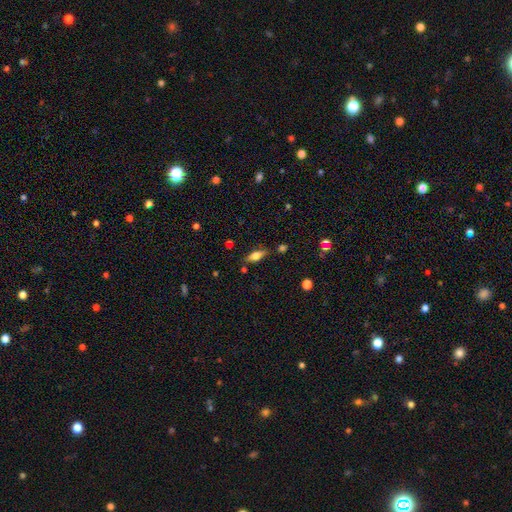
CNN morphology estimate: This appears to be a smooth galaxy with no disk features (55%) that is in between round and cigar-shaped (66%). Merging: none (79%).